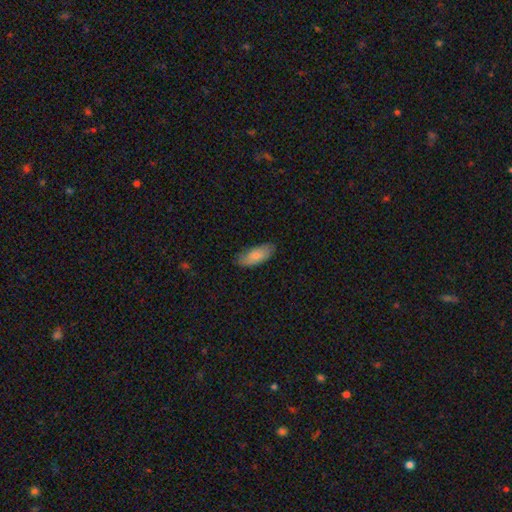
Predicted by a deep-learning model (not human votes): smooth 82%, featured or disk 12%, star or artifact 6%. Down the decision tree: how rounded — in between (79%); merging — none (76%).